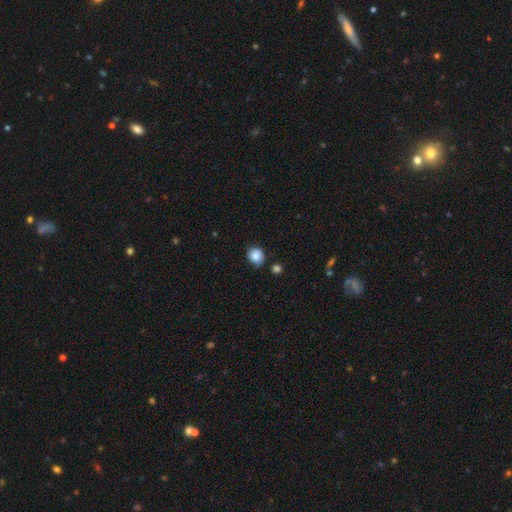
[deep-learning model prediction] A smooth galaxy with no disk features (85%) that is round (80%).

Vote fractions:
- Smooth or featured? smooth: 85% / star or artifact: 9% / featured or disk: 5%
- How rounded? round: 80% / in between: 20% / cigar-shaped: 1%
- Merging? none: 77% / minor disturbance: 16% / merger: 4% / major disturbance: 3%